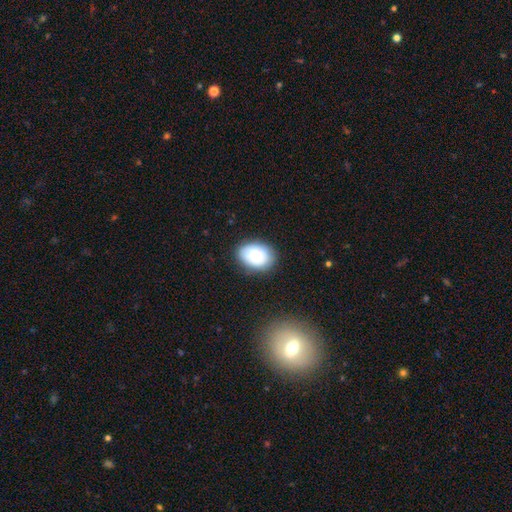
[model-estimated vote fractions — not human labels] smooth_or_featured: smooth (p=0.77) [alt: featured or disk p=0.15]
how_rounded: in between (p=0.72) [alt: round p=0.27]
merging: none (p=0.82) [alt: minor disturbance p=0.13]